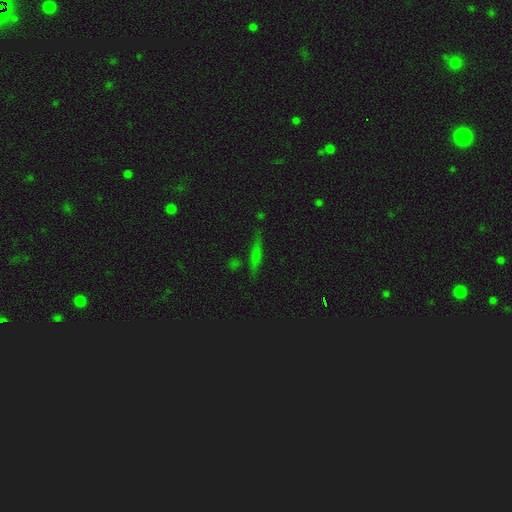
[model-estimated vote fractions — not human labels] Q: Smooth or featured?
A: smooth (51%); runner-up: featured or disk (30%)
Q: How rounded?
A: cigar-shaped (86%); runner-up: in between (10%)
Q: Merging?
A: none (82%); runner-up: minor disturbance (12%)